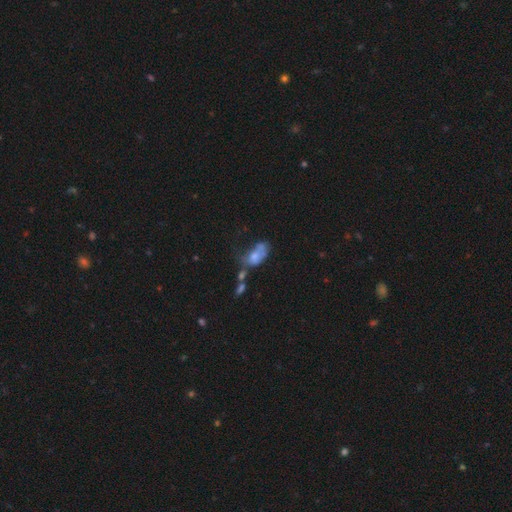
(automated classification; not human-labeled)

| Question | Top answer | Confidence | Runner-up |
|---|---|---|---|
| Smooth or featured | smooth | 55% | featured or disk (34%) |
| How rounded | in between | 86% | round (10%) |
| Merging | merger | 35% | major disturbance (29%) |